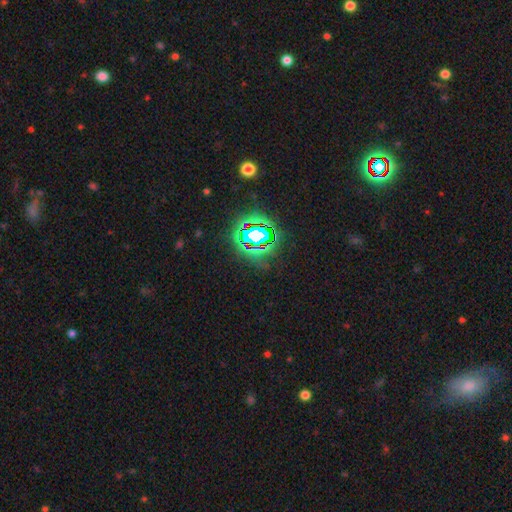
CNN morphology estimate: The model was most divided on "smooth or featured": star or artifact: 78%, smooth: 13%, featured or disk: 9%.